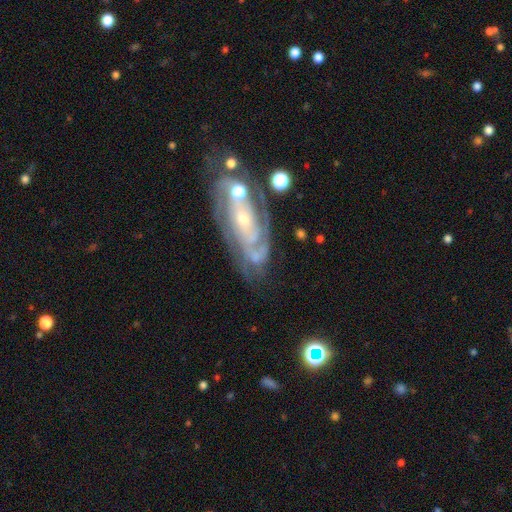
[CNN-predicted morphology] Smooth or featured?
  - featured or disk: 82% *
  - smooth: 11%
  - star or artifact: 8%
Edge-on disk?
  - no: 94% *
  - yes: 6%
Bar?
  - no: 57% *
  - weak: 29%
  - strong: 15%
Spiral arms?
  - yes: 90% *
  - no: 10%
Spiral winding?
  - tight: 58% *
  - medium: 33%
  - loose: 9%
Spiral arm count?
  - 2: 42% *
  - can't tell: 27%
  - 3: 16%
  - 1: 5%
  - 4: 5%
  - more than 4: 4%
Bulge size?
  - small: 63% *
  - moderate: 32%
  - large: 2%
  - none: 2%
  - dominant: 1%
Merging?
  - none: 55% *
  - minor disturbance: 20%
  - major disturbance: 13%
  - merger: 12%